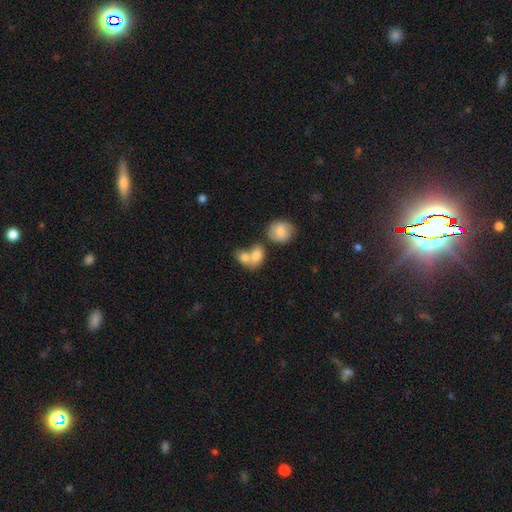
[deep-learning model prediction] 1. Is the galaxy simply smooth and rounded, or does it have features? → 78% smooth, 15% featured or disk, 8% star or artifact.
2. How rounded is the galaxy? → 65% in between, 34% round, 2% cigar-shaped.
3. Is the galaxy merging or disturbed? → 61% merger, 27% none, 8% minor disturbance, 4% major disturbance.